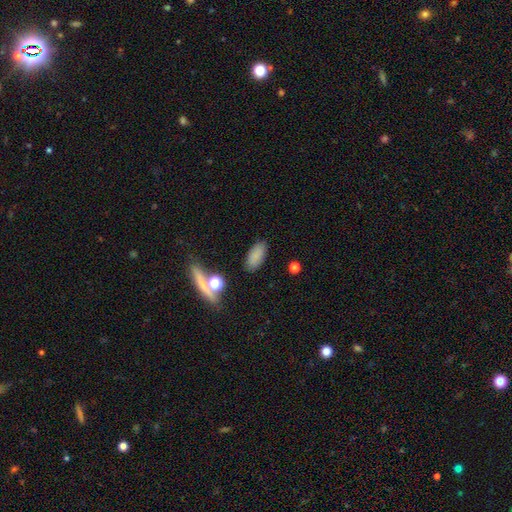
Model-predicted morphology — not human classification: The model was most divided on "smooth or featured": smooth: 83%, star or artifact: 10%, featured or disk: 7%. More confident: how rounded — in between (86%); merging — none (84%).